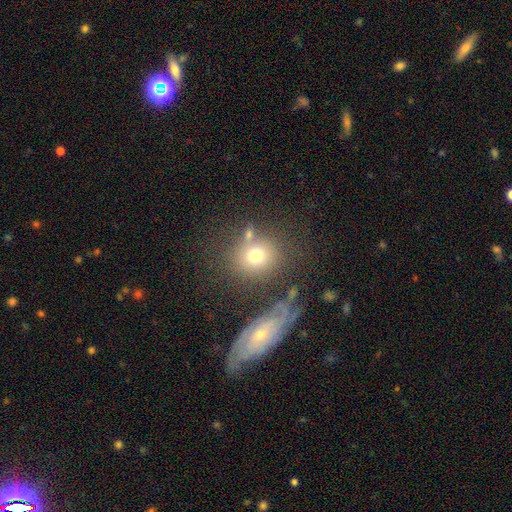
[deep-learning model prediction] The model was most divided on "merging": none: 61%, merger: 18%, minor disturbance: 14%, major disturbance: 8%. More confident: how rounded — round (77%); smooth or featured — smooth (72%).